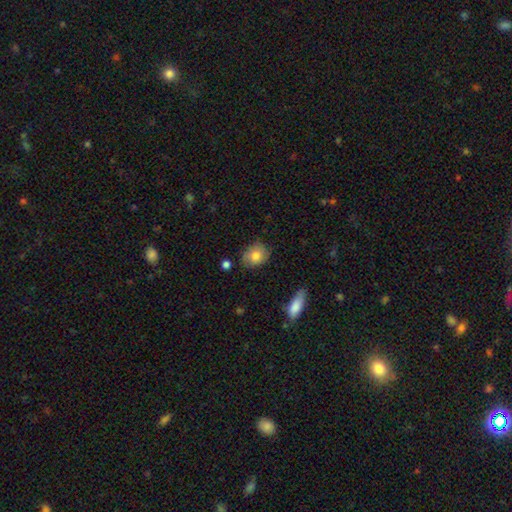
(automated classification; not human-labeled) The model was most divided on "how rounded": in between: 51%, round: 48%, cigar-shaped: 1%. More confident: smooth or featured — smooth (78%); merging — none (72%).